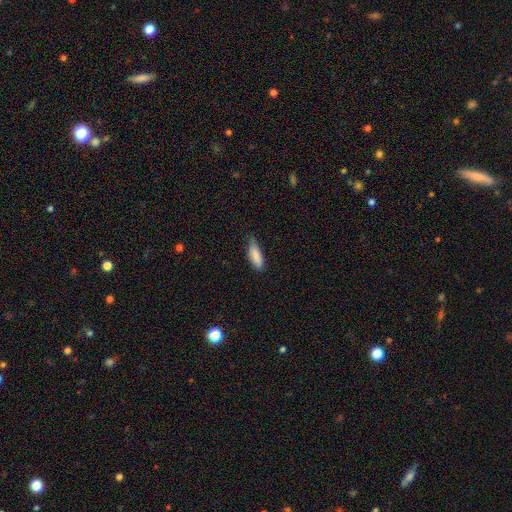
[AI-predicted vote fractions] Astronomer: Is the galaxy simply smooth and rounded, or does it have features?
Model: smooth — 86%.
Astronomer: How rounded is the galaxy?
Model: in between — 57% (runner-up: cigar-shaped, 42%).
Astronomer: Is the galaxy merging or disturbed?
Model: none — 65%.